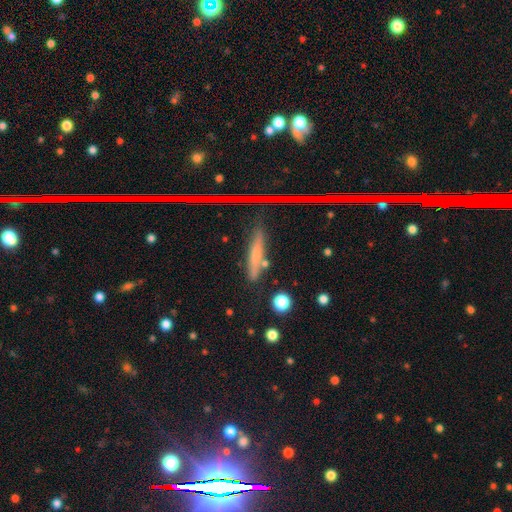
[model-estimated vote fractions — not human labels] Q: Smooth or featured?
A: smooth (56%); runner-up: featured or disk (28%)
Q: How rounded?
A: cigar-shaped (86%); runner-up: in between (10%)
Q: Merging?
A: none (75%); runner-up: minor disturbance (15%)